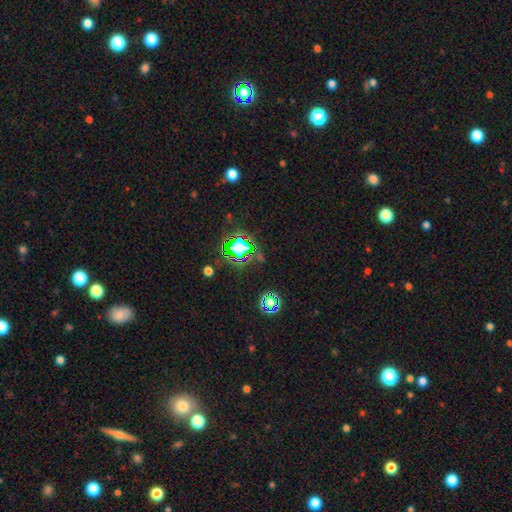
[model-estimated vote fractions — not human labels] Morphology: type=star or artifact (76%).